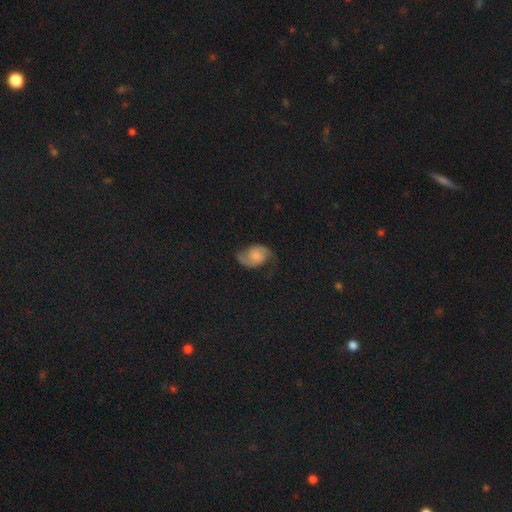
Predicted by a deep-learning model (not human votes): This appears to be a featured or disk galaxy (71%) with no bar (64%), 2 (92%) loose (48%) spiral arms (94%) and no central bulge (40%). Merging: none (67%).